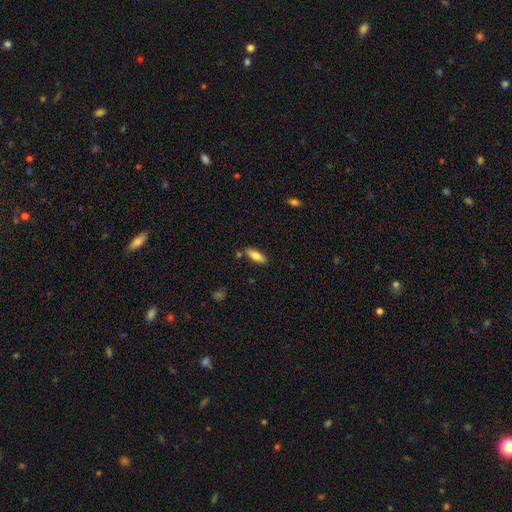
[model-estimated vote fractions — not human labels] Smooth or featured? smooth (77%)
How rounded? in between (65%)
Merging? none (82%)